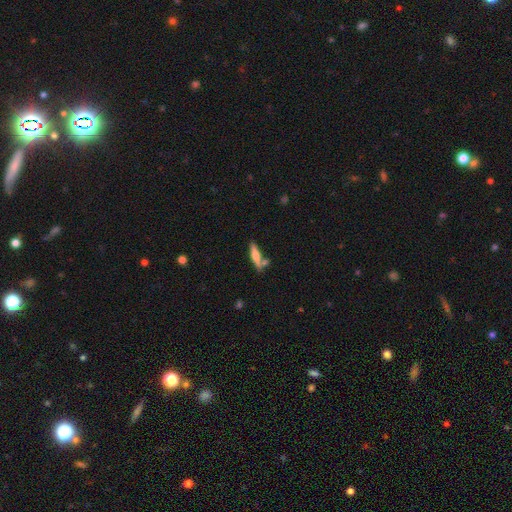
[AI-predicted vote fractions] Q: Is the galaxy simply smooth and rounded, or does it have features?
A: featured or disk — 48%.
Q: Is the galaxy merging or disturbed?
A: none — 65%.